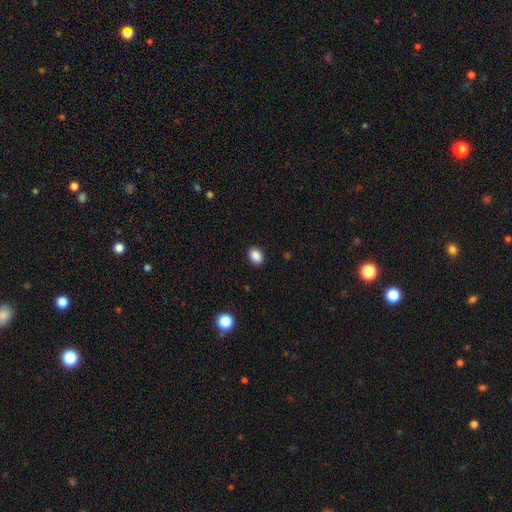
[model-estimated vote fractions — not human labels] smooth 88%, star or artifact 9%, featured or disk 3%. Down the decision tree: how rounded — in between (69%); merging — none (90%).